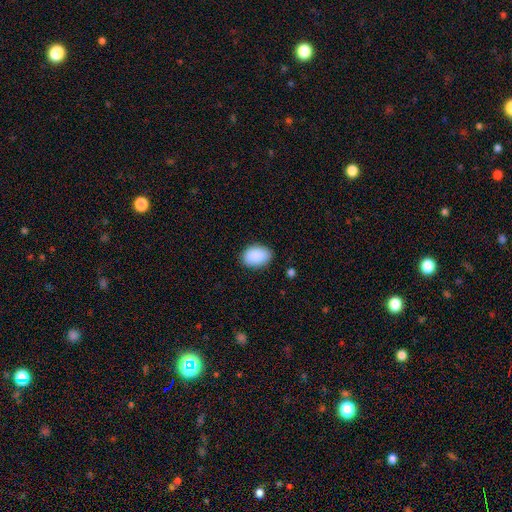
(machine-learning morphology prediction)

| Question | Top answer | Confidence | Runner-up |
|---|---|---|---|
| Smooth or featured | smooth | 90% | star or artifact (7%) |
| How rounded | in between | 85% | round (14%) |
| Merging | none | 85% | minor disturbance (11%) |